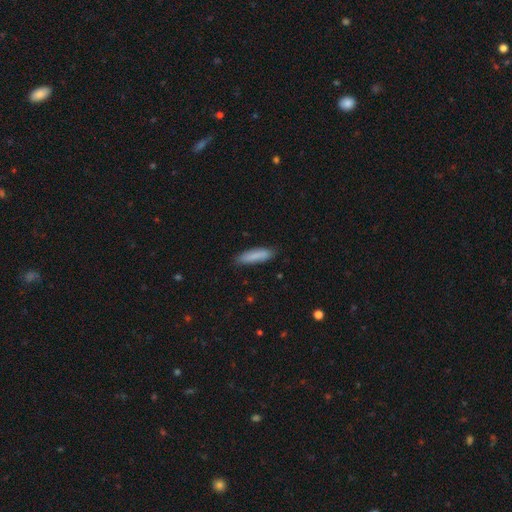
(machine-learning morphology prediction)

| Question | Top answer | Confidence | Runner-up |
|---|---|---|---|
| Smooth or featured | smooth | 86% | featured or disk (8%) |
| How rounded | cigar-shaped | 66% | in between (33%) |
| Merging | none | 84% | minor disturbance (13%) |